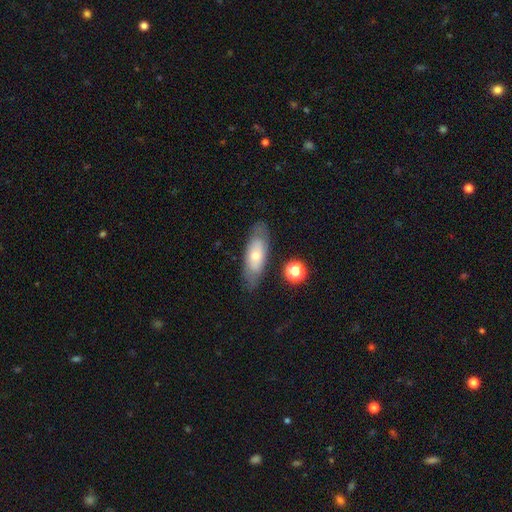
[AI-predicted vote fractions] A smooth galaxy with no disk features (56%) that is in between round and cigar-shaped (72%).

Vote fractions:
- Smooth or featured? smooth: 56% / featured or disk: 36% / star or artifact: 7%
- How rounded? in between: 72% / cigar-shaped: 25% / round: 3%
- Merging? none: 77% / minor disturbance: 16% / major disturbance: 5% / merger: 3%